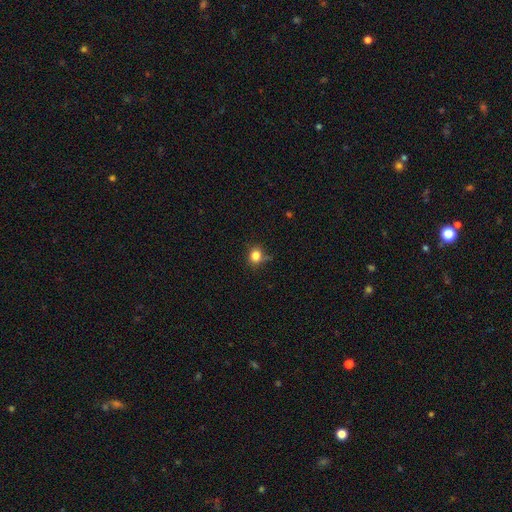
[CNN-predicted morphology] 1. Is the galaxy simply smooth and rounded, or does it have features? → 82% smooth, 12% star or artifact, 6% featured or disk.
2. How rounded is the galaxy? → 75% round, 24% in between, 1% cigar-shaped.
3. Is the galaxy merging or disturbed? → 71% none, 21% minor disturbance, 5% major disturbance, 3% merger.